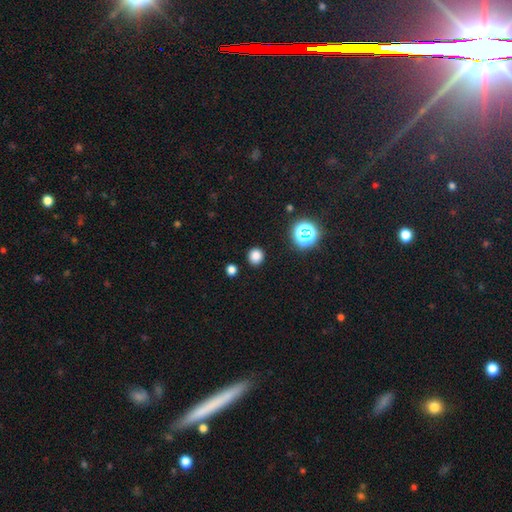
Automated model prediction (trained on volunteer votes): smooth_or_featured: smooth (p=0.79) [alt: star or artifact p=0.17]
how_rounded: round (p=0.87) [alt: in between p=0.12]
merging: none (p=0.90) [alt: minor disturbance p=0.06]